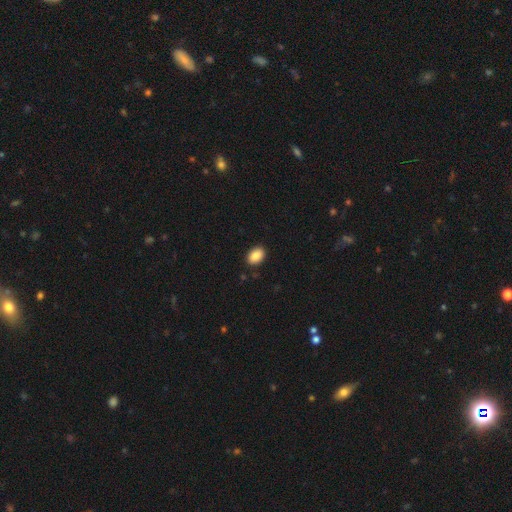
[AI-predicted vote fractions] The model was most divided on "how rounded": in between: 84%, round: 15%, cigar-shaped: 1%. More confident: merging — none (89%); smooth or featured — smooth (88%).